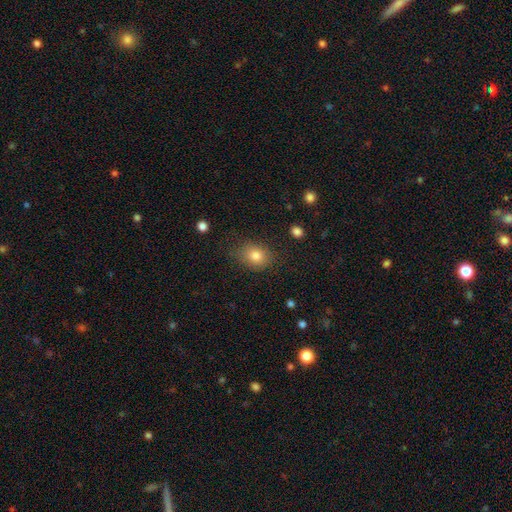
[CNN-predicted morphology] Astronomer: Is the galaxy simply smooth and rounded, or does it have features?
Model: smooth — 80%.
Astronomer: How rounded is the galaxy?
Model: in between — 55% (runner-up: round, 44%).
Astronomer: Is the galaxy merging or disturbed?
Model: none — 73%.